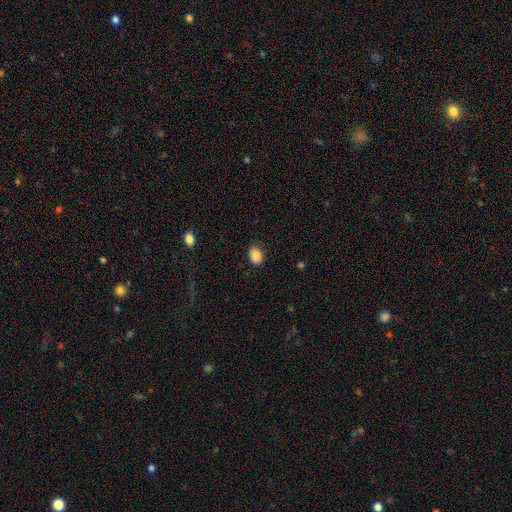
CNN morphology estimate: type=smooth (87%); roundness=in between (75%); merging=none (79%).